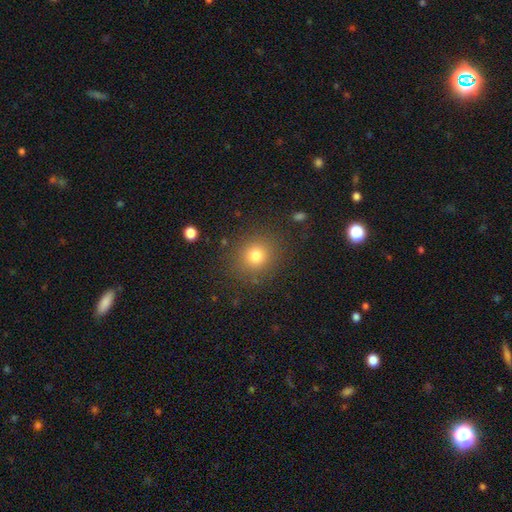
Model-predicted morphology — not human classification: type=smooth (78%); roundness=round (83%); merging=none (85%).